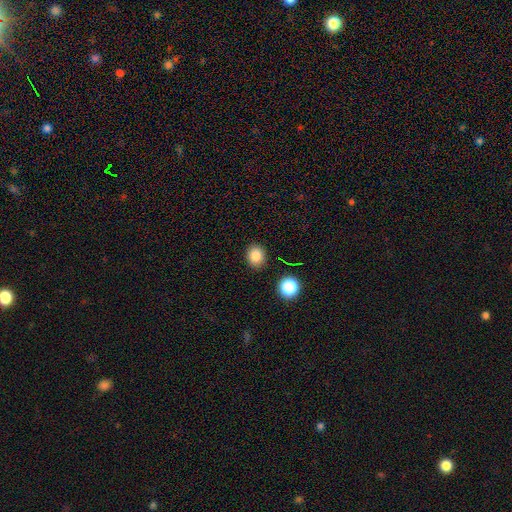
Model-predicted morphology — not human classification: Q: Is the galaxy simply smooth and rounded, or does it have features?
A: smooth — 83%.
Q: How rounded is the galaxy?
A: round — 60%.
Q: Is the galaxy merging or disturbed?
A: none — 87%.